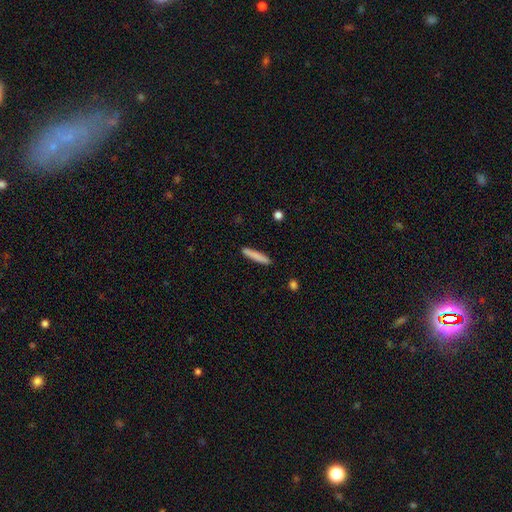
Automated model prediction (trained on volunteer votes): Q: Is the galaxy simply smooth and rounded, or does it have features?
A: smooth — 82%.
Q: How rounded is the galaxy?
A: cigar-shaped — 92%.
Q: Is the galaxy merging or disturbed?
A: none — 89%.